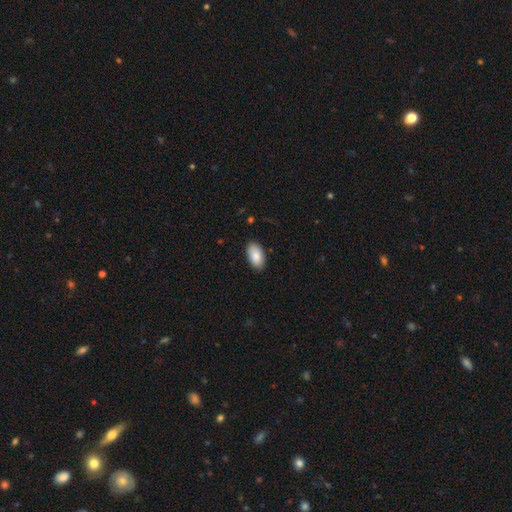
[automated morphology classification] Q: Smooth or featured?
A: smooth (88%); runner-up: featured or disk (6%)
Q: How rounded?
A: in between (95%); runner-up: round (3%)
Q: Merging?
A: none (87%); runner-up: minor disturbance (10%)